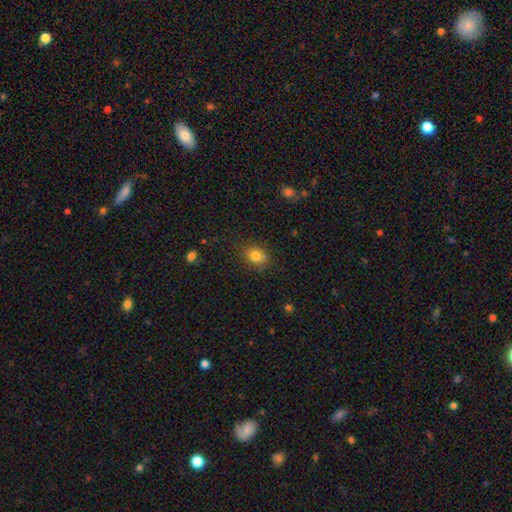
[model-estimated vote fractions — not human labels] Smooth or featured? smooth (82%)
How rounded? in between (50%)
Merging? none (82%)